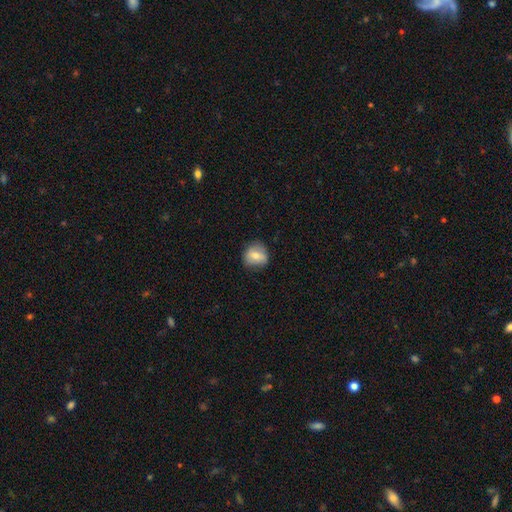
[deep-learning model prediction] Smooth or featured?
  - smooth: 64% *
  - featured or disk: 28%
  - star or artifact: 8%
How rounded?
  - round: 75% *
  - in between: 23%
  - cigar-shaped: 1%
Merging?
  - none: 75% *
  - minor disturbance: 19%
  - major disturbance: 5%
  - merger: 1%